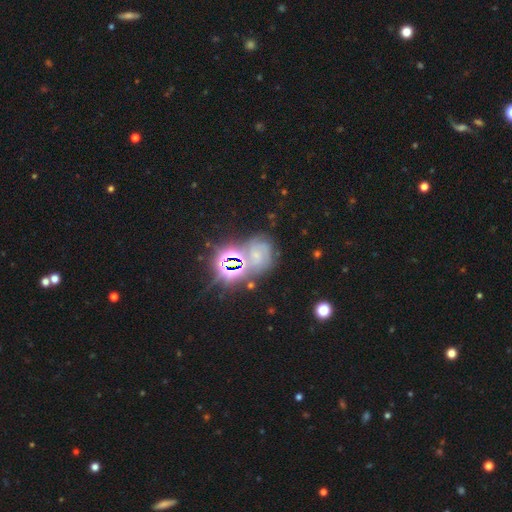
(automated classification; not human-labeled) smooth_or_featured: featured or disk (p=0.42) [alt: star or artifact p=0.39]
merging: none (p=0.57) [alt: minor disturbance p=0.19]